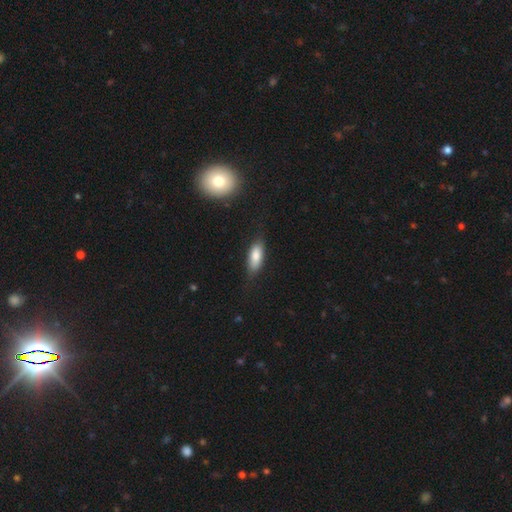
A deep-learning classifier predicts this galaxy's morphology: A smooth galaxy with no disk features (79%) that is in between round and cigar-shaped (73%). Merging: none (74%).